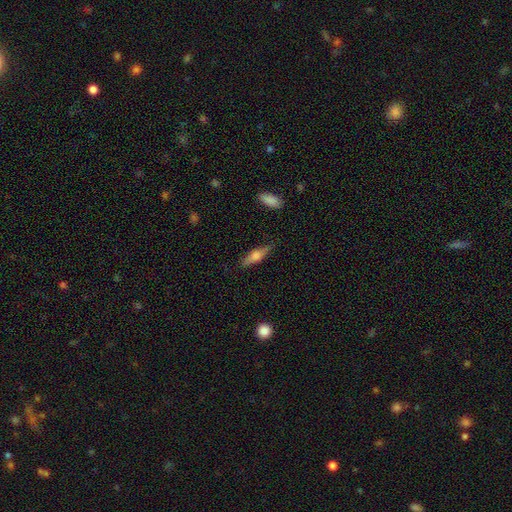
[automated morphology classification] This is possibly a smooth galaxy (48%). Merging: clearly none (82%).